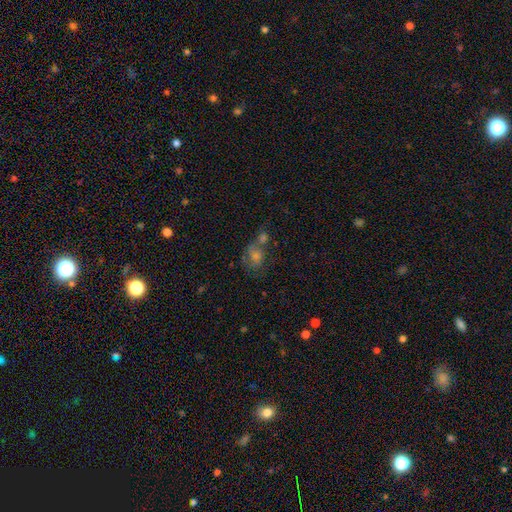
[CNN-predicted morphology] Q: Smooth or featured?
A: smooth (42%); runner-up: featured or disk (33%)
Q: Merging?
A: none (44%); runner-up: merger (31%)